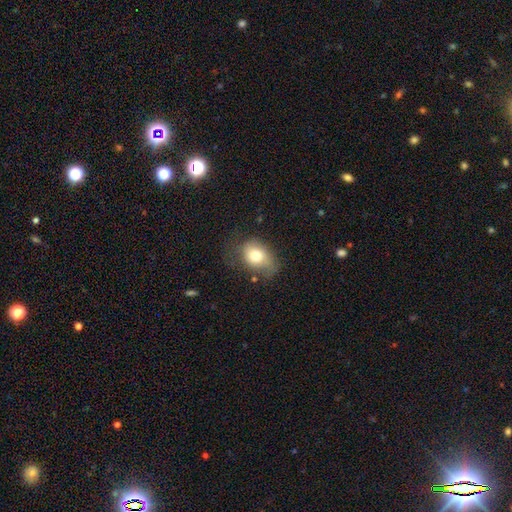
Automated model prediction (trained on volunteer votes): Smooth or featured?
  - smooth: 75% *
  - featured or disk: 16%
  - star or artifact: 10%
How rounded?
  - in between: 67% *
  - round: 32%
  - cigar-shaped: 1%
Merging?
  - none: 45% *
  - minor disturbance: 34%
  - major disturbance: 17%
  - merger: 3%